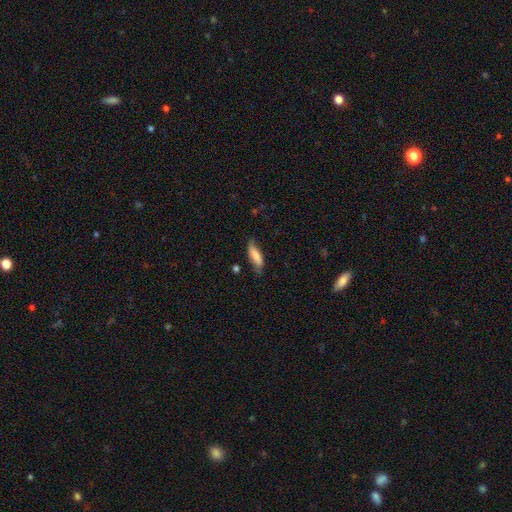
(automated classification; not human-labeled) This appears to be a smooth galaxy with no disk features (74%) that is in between round and cigar-shaped (58%). Merging: none (64%).